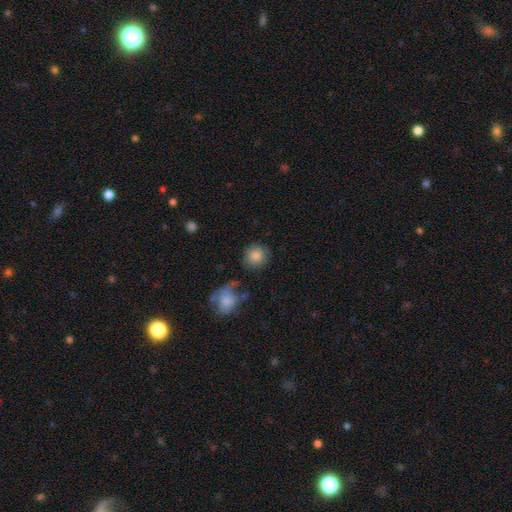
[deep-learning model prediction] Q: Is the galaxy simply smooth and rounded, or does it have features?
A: smooth — 84%.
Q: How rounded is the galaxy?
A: round — 89%.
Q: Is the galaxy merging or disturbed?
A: none — 76%.